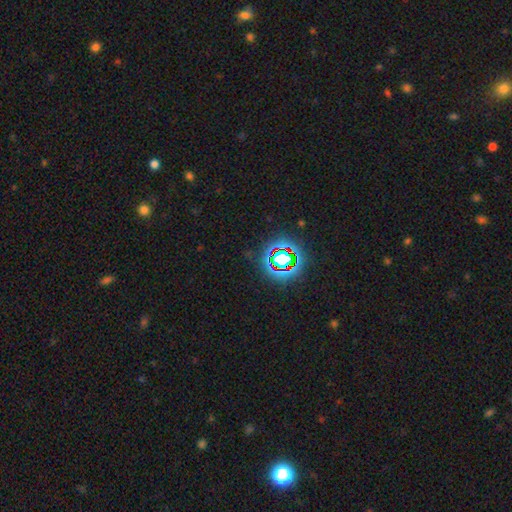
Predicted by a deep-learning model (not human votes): Morphology: type=star or artifact (76%).